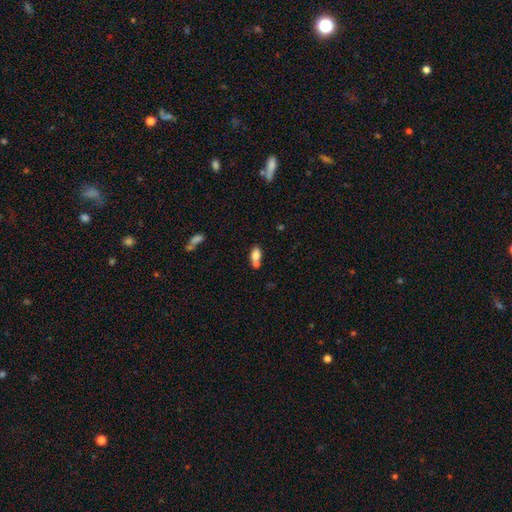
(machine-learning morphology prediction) A smooth galaxy with no disk features (78%) that is in between round and cigar-shaped (87%).

Vote fractions:
- Smooth or featured? smooth: 78% / featured or disk: 14% / star or artifact: 9%
- How rounded? in between: 87% / round: 8% / cigar-shaped: 5%
- Merging? none: 43% / merger: 40% / minor disturbance: 12% / major disturbance: 5%